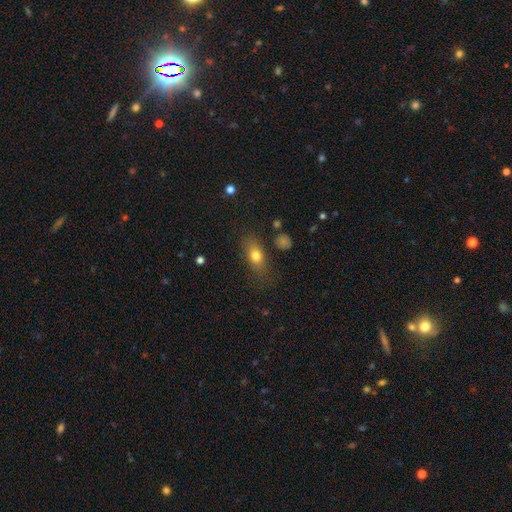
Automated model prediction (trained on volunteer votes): Smooth or featured: smooth — 75% (featured or disk — 15%)
How rounded: in between — 73% (round — 15%)
Merging: none — 72% (minor disturbance — 18%)